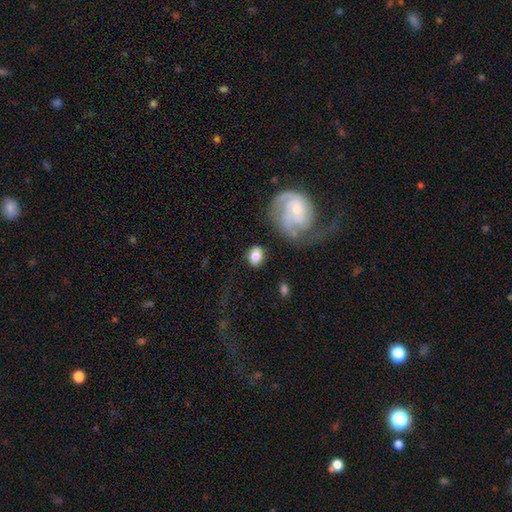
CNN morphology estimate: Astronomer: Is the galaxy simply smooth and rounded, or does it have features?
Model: smooth — 76%.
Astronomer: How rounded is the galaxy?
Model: in between — 59% (runner-up: round, 40%).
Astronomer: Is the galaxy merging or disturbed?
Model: none — 76%.